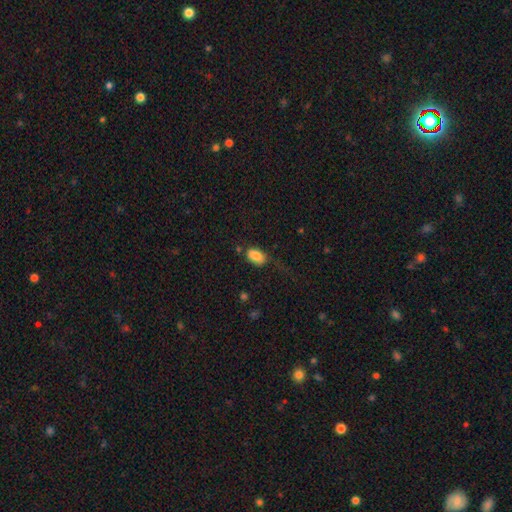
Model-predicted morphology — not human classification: This is clearly a smooth galaxy (85%). How rounded: clearly in between (91%). Merging: possibly none (58%).